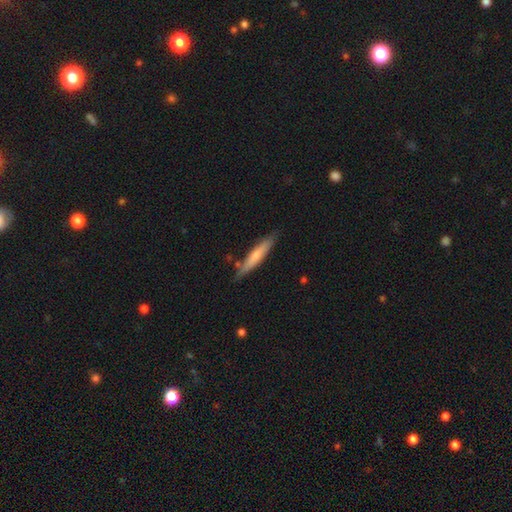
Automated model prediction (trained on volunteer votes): Morphology: type=smooth (60%); roundness=cigar-shaped (91%); merging=none (81%).